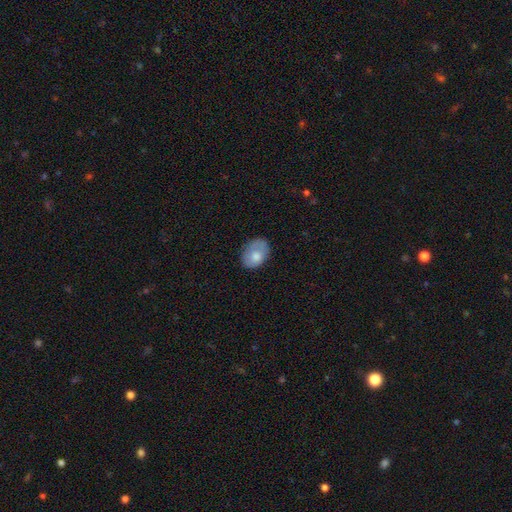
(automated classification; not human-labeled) Q: Smooth or featured?
A: smooth (72%); runner-up: featured or disk (21%)
Q: How rounded?
A: in between (76%); runner-up: round (23%)
Q: Merging?
A: none (60%); runner-up: minor disturbance (28%)